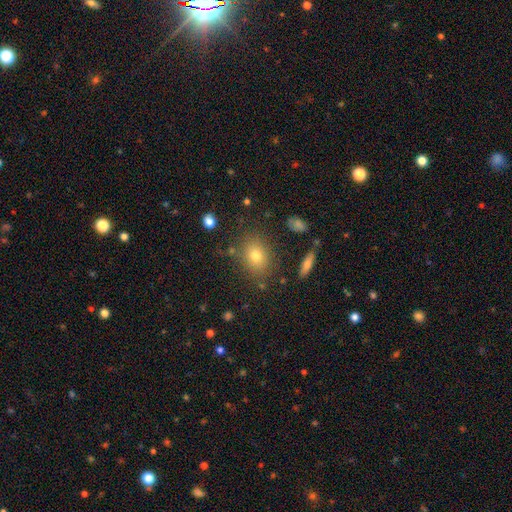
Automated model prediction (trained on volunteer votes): This is likely a smooth galaxy (73%). How rounded: possibly in between (54%). Merging: clearly none (82%).